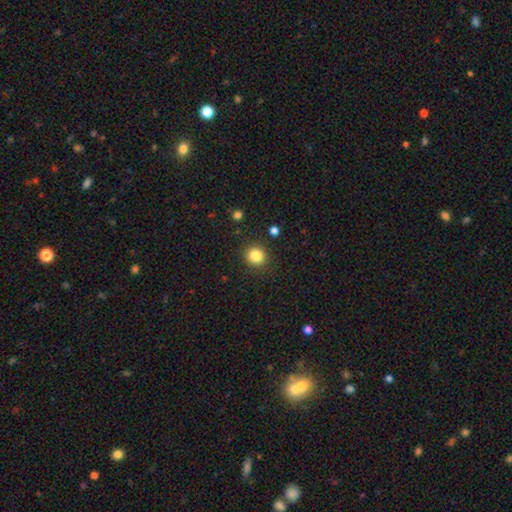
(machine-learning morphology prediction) smooth 84%, star or artifact 11%, featured or disk 5%. Down the decision tree: how rounded — round (89%); merging — none (89%).